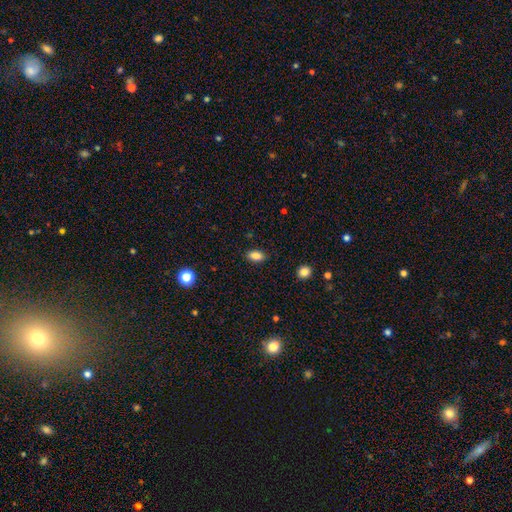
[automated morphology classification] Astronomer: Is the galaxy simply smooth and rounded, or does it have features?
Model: smooth — 86%.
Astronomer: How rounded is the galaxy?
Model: in between — 89%.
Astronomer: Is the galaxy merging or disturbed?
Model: none — 88%.